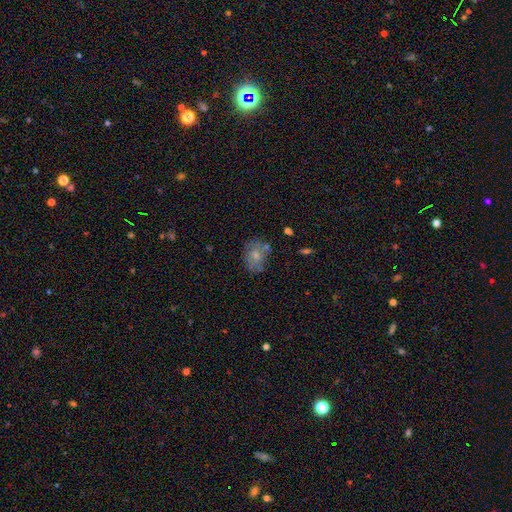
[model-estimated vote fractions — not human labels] A smooth galaxy with no disk features (61%) that is in between round and cigar-shaped (64%). Merging: none (60%).